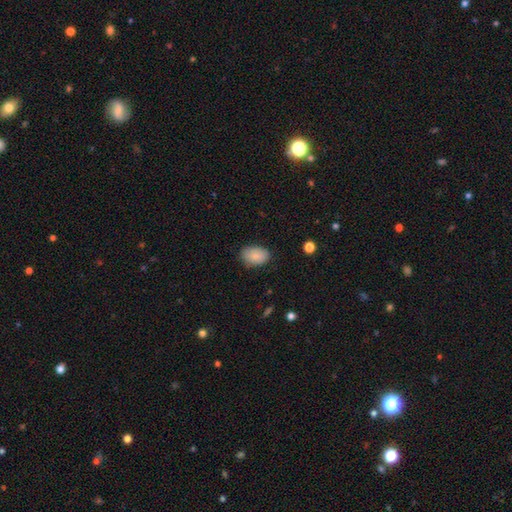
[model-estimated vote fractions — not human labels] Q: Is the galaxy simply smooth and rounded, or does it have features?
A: smooth — 82%.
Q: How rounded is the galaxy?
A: in between — 86%.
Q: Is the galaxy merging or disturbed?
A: none — 80%.